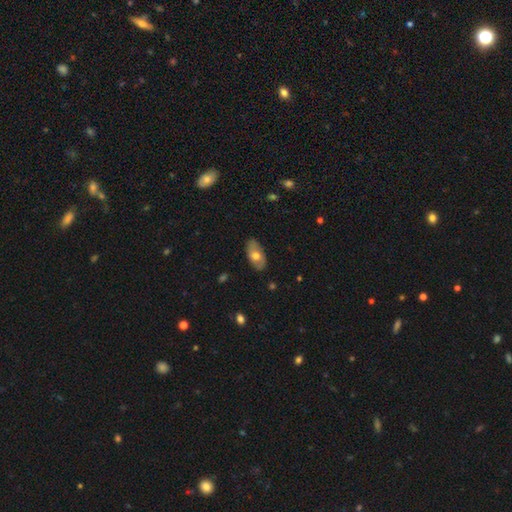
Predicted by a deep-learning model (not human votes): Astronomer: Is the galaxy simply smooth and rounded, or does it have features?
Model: smooth — 62%.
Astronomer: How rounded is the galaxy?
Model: in between — 93%.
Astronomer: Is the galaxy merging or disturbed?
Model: none — 82%.